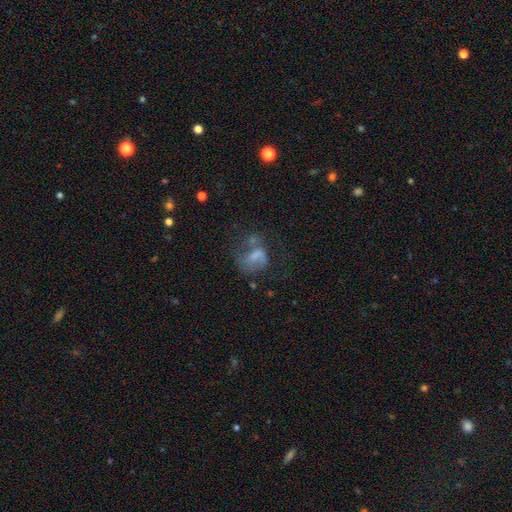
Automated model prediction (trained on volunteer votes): Q: Smooth or featured?
A: featured or disk (41%); runner-up: smooth (38%)
Q: Merging?
A: none (35%); runner-up: major disturbance (33%)